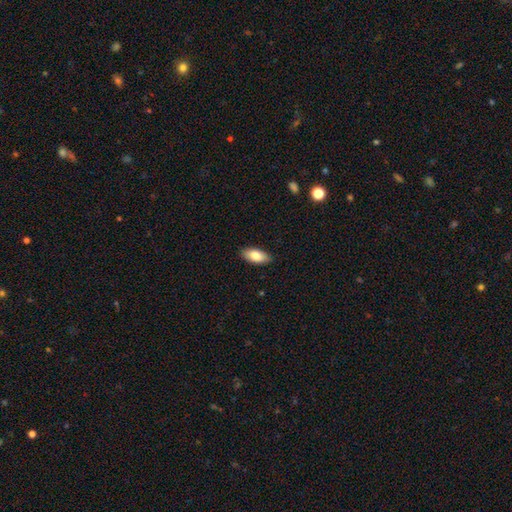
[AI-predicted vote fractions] A smooth galaxy with no disk features (82%) that is in between round and cigar-shaped (89%).

Vote fractions:
- Smooth or featured? smooth: 82% / featured or disk: 11% / star or artifact: 6%
- How rounded? in between: 89% / cigar-shaped: 9% / round: 2%
- Merging? none: 88% / minor disturbance: 9% / major disturbance: 2% / merger: 1%